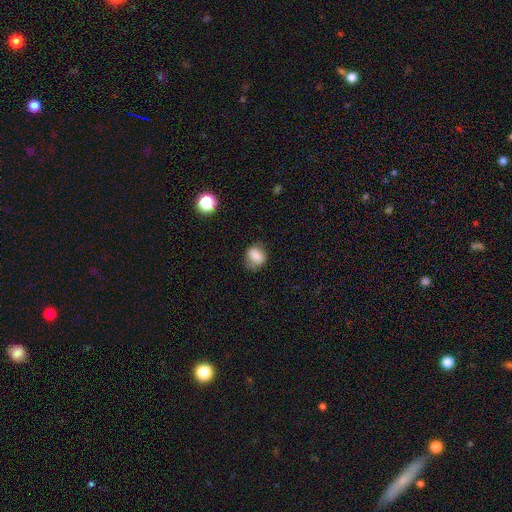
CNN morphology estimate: type=smooth (83%); roundness=round (52%); merging=none (64%).